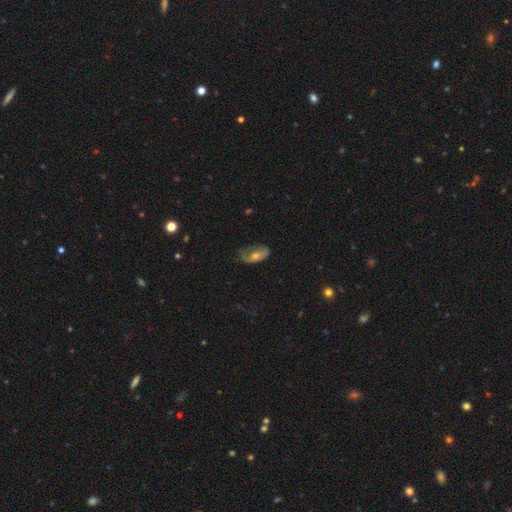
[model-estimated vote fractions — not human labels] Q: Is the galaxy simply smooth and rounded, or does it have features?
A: featured or disk — 45%.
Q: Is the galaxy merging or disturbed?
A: none — 50%.